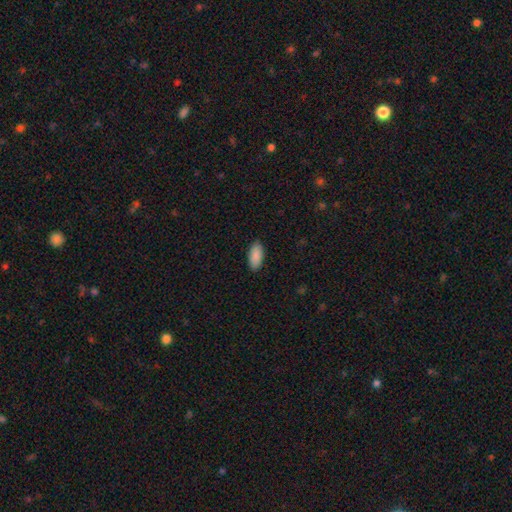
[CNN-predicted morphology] Overall: smooth (90%). How rounded: in between (89%). Merging: none (90%).